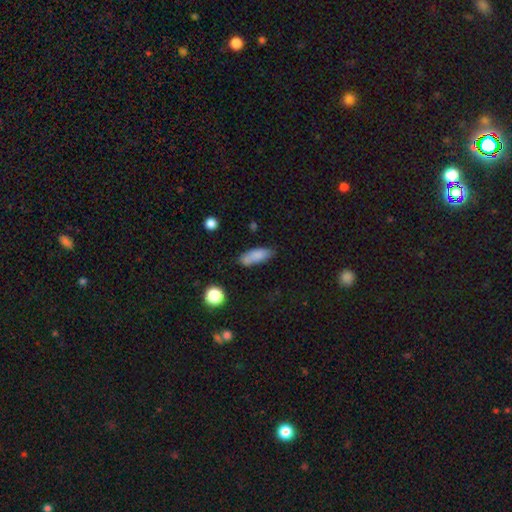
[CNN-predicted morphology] A smooth galaxy with no disk features (83%) that is in between round and cigar-shaped (67%). Merging: none (68%).